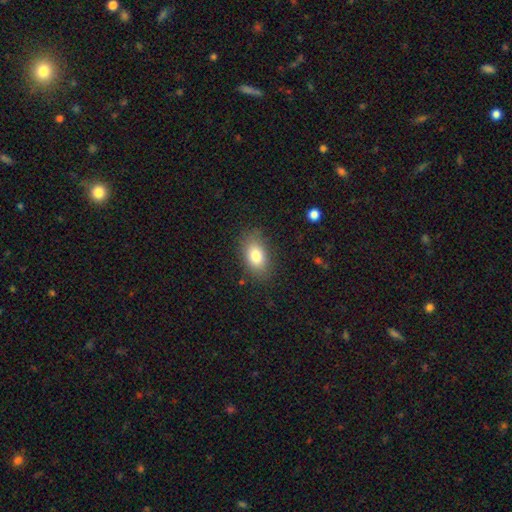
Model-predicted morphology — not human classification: smooth 80%, featured or disk 11%, star or artifact 9%. Down the decision tree: how rounded — in between (87%); merging — none (82%).